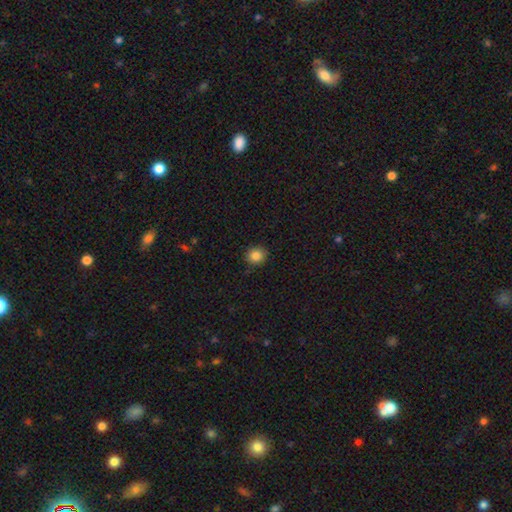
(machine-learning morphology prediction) smooth 86%, star or artifact 10%, featured or disk 4%. Down the decision tree: how rounded — round (84%); merging — none (89%).